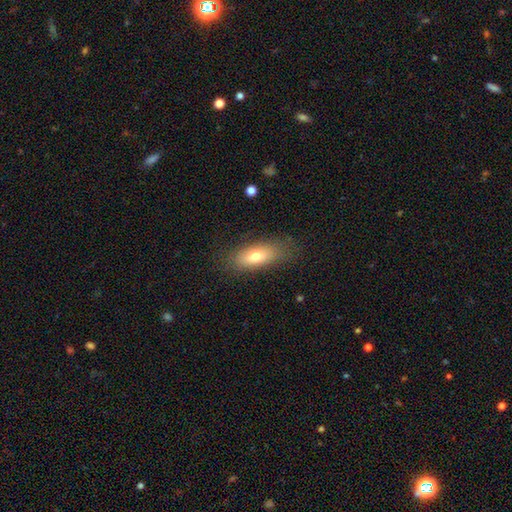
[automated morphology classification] smooth-or-featured: smooth: 73% | featured or disk: 18% | star or artifact: 8%
  how-rounded: in between: 77% | cigar-shaped: 18% | round: 5%
  merging: none: 81% | minor disturbance: 13% | major disturbance: 5% | merger: 1%